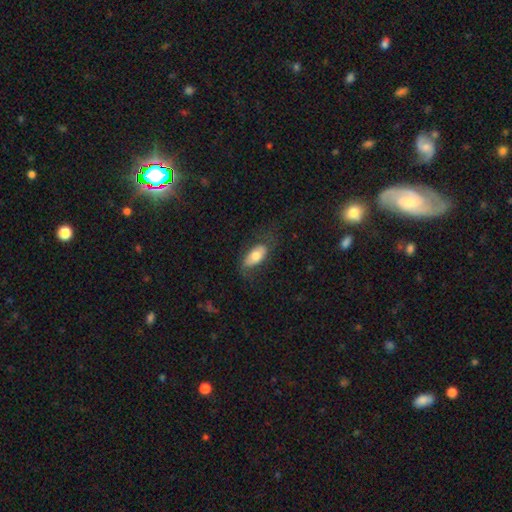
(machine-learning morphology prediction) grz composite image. It shows a smooth galaxy with no disk features (69%) that is in between round and cigar-shaped (88%). Merging: none (64%).